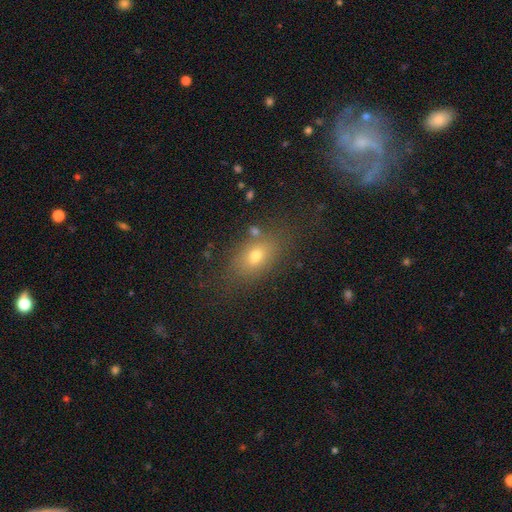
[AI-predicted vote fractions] A smooth galaxy with no disk features (69%) that is in between round and cigar-shaped (79%). Merging: none (76%).